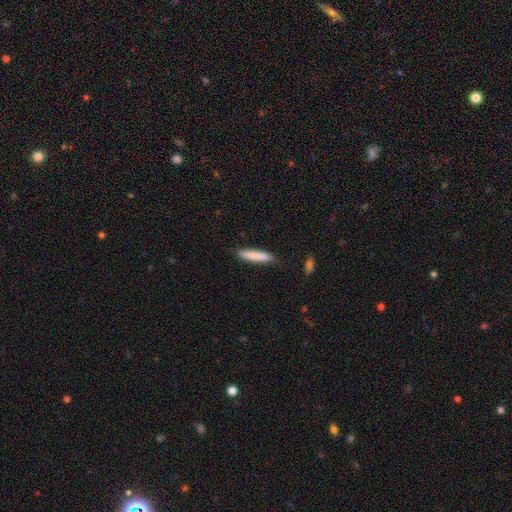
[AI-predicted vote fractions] This appears to be a smooth galaxy with no disk features (83%) that is cigar-shaped (90%). Merging: none (83%).